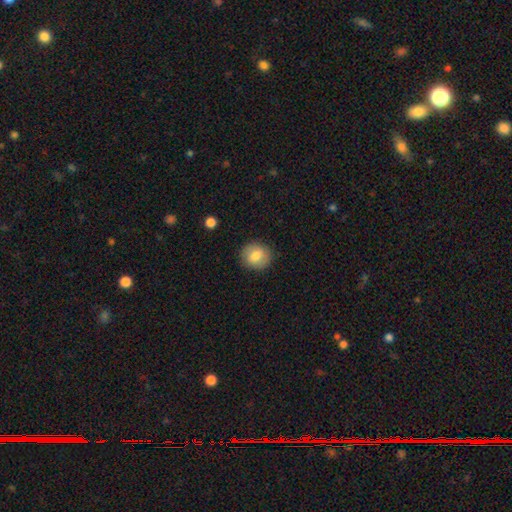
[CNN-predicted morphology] A smooth galaxy with no disk features (79%) that is round (79%).

Vote fractions:
- Smooth or featured? smooth: 79% / featured or disk: 13% / star or artifact: 8%
- How rounded? round: 79% / in between: 20% / cigar-shaped: 1%
- Merging? none: 88% / minor disturbance: 9% / major disturbance: 2% / merger: 1%